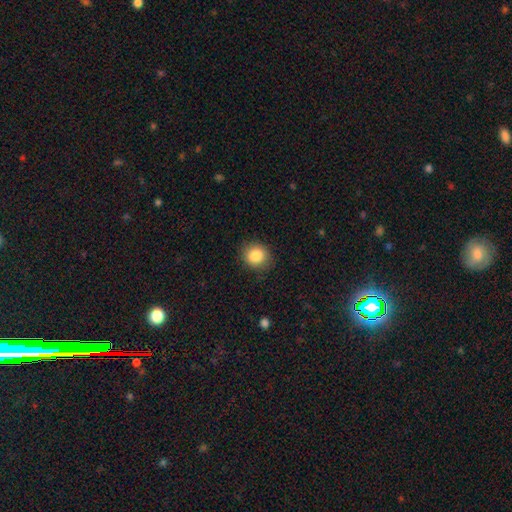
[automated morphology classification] Overall: smooth (86%). How rounded: round (77%). Merging: none (85%).